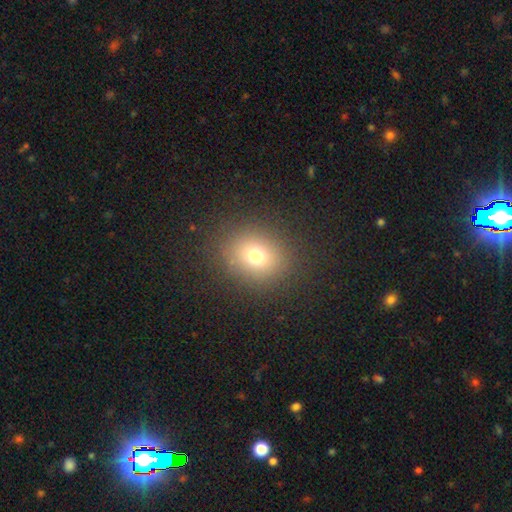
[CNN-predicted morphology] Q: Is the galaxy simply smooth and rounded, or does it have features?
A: smooth — 72%.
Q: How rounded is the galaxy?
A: round — 67%.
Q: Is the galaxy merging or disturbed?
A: none — 86%.